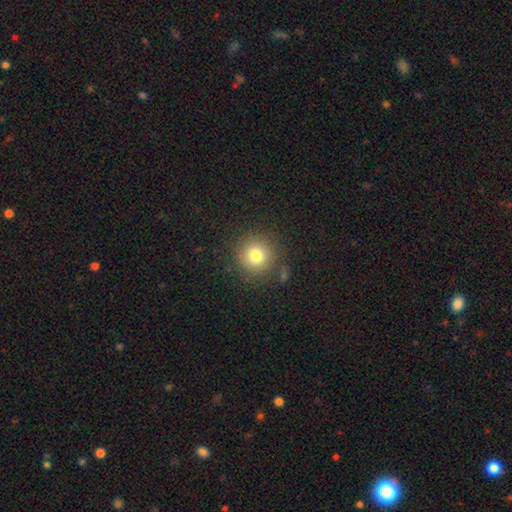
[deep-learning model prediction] Smooth or featured? smooth (79%)
How rounded? round (94%)
Merging? none (86%)